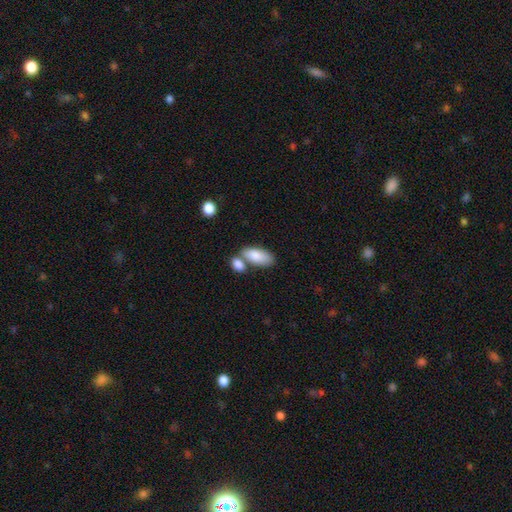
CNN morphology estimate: Smooth or featured? Predicted: smooth (p=0.83). How rounded? Predicted: in between (p=0.90). Merging? Predicted: none (p=0.46).